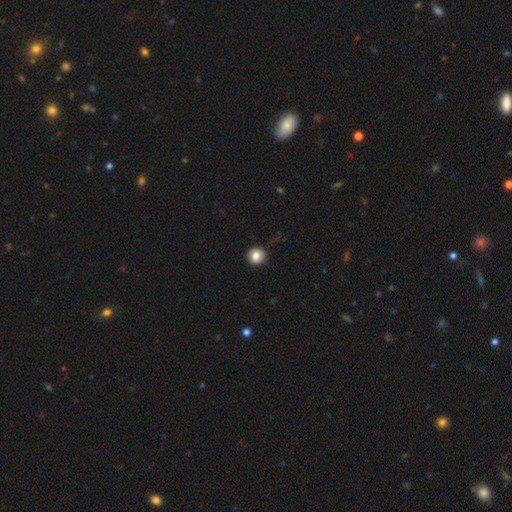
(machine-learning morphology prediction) smooth_or_featured: smooth (p=0.83) [alt: star or artifact p=0.10]
how_rounded: round (p=0.88) [alt: in between p=0.11]
merging: none (p=0.85) [alt: minor disturbance p=0.11]